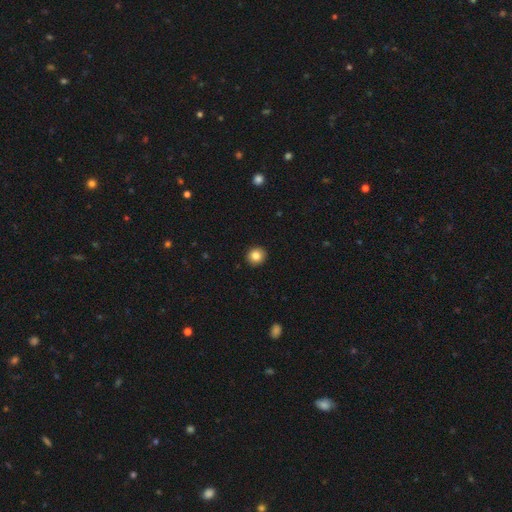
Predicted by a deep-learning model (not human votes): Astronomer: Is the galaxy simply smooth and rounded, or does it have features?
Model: smooth — 84%.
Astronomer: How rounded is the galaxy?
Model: round — 89%.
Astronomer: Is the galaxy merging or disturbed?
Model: none — 93%.